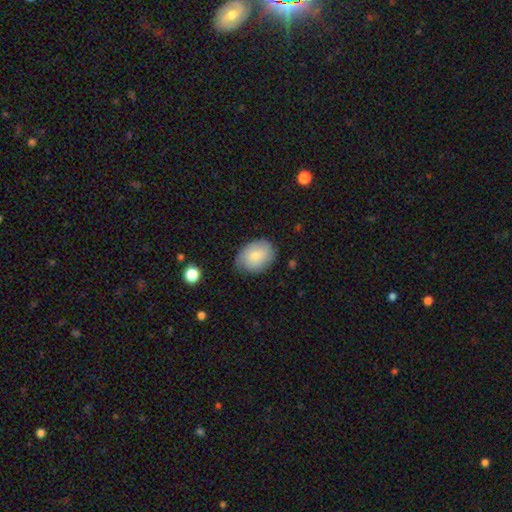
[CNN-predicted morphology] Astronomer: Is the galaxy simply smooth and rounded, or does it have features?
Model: smooth — 78%.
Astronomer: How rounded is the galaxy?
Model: in between — 70%.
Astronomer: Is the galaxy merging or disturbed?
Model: none — 72%.